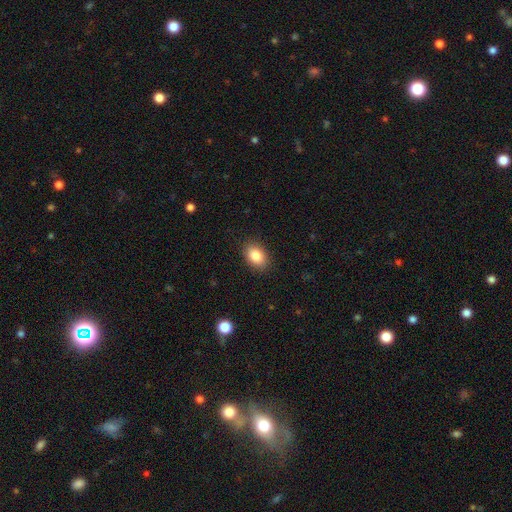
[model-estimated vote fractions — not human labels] smooth_or_featured: smooth (p=0.85) [alt: star or artifact p=0.08]
how_rounded: in between (p=0.81) [alt: round p=0.18]
merging: none (p=0.88) [alt: minor disturbance p=0.09]